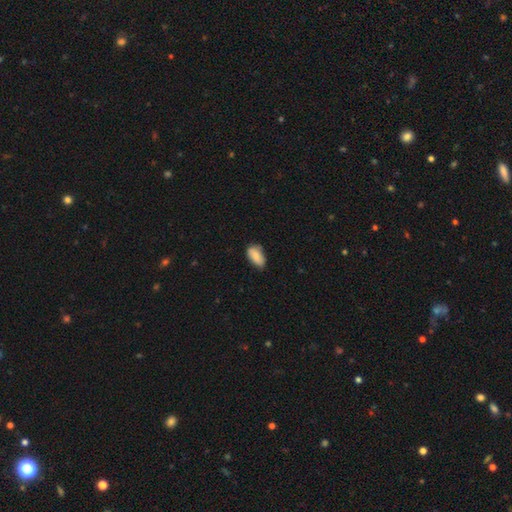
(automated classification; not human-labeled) Overall: smooth (83%). How rounded: in between (93%). Merging: none (72%).